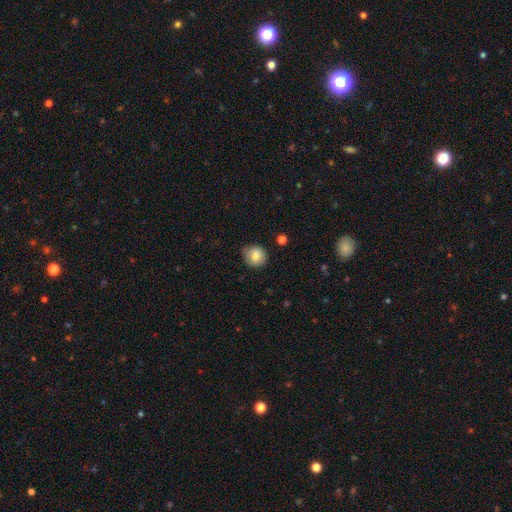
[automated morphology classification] Smooth or featured: smooth — 81% (featured or disk — 10%)
How rounded: round — 86% (in between — 14%)
Merging: none — 77% (minor disturbance — 18%)